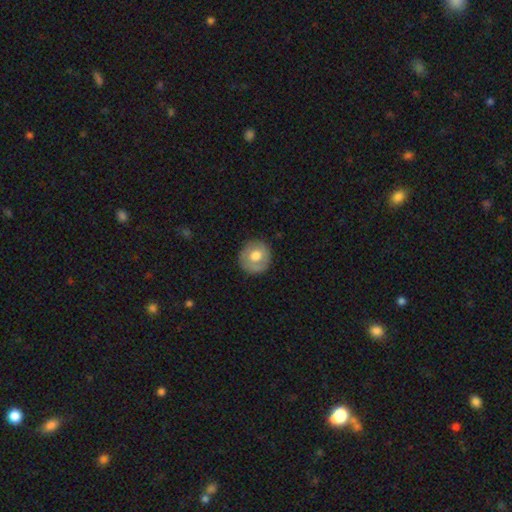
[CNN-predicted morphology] This is likely a smooth galaxy (61%). How rounded: clearly round (91%). Merging: clearly none (83%).